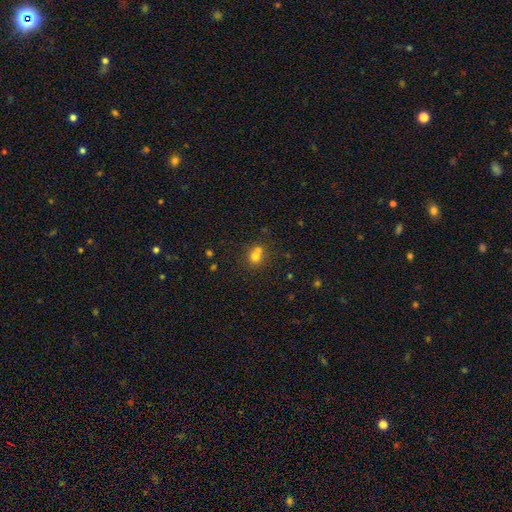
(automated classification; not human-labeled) A smooth galaxy with no disk features (71%) that is round (79%).

Vote fractions:
- Smooth or featured? smooth: 71% / star or artifact: 15% / featured or disk: 14%
- How rounded? round: 79% / in between: 20% / cigar-shaped: 1%
- Merging? merger: 46% / none: 43% / minor disturbance: 8% / major disturbance: 3%